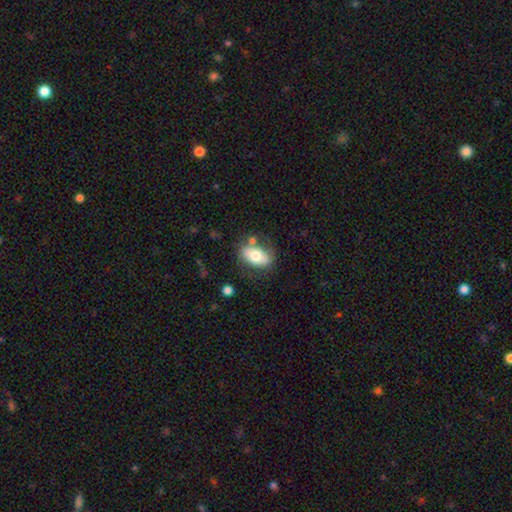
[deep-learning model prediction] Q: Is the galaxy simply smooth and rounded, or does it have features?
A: smooth — 66%.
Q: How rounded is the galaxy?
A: in between — 89%.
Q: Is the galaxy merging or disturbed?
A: none — 66%.